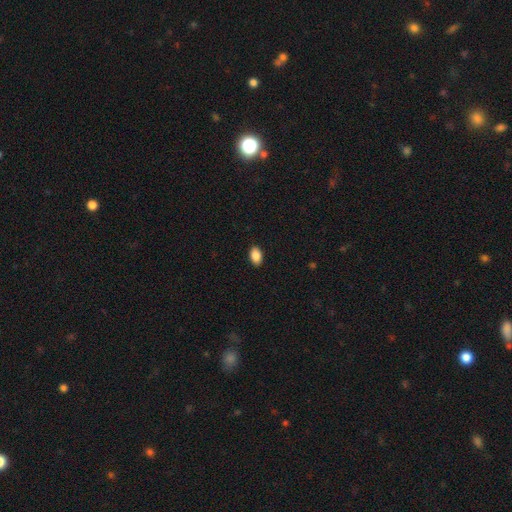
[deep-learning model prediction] smooth 88%, star or artifact 8%, featured or disk 4%. Down the decision tree: how rounded — in between (91%); merging — none (91%).